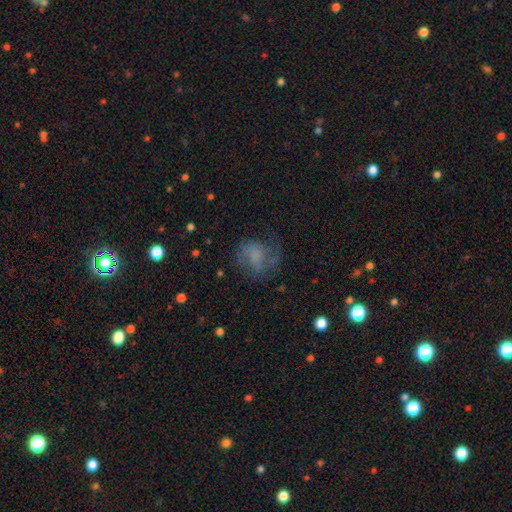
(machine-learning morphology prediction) Q: Smooth or featured?
A: featured or disk (48%); runner-up: smooth (39%)
Q: Merging?
A: none (58%); runner-up: minor disturbance (20%)